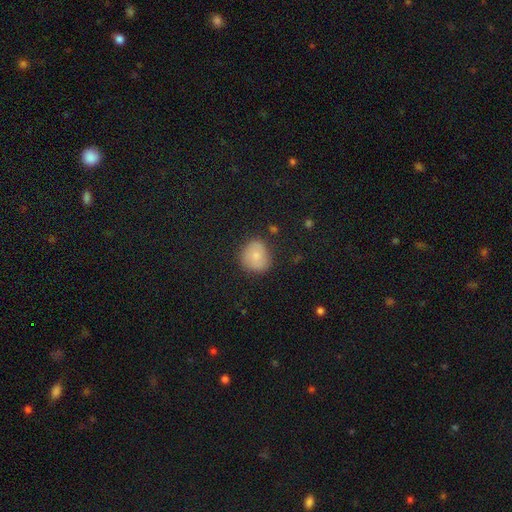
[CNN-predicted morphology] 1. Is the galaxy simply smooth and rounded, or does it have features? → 75% smooth, 16% featured or disk, 9% star or artifact.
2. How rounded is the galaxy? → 79% round, 20% in between, 1% cigar-shaped.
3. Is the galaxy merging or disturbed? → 74% none, 19% minor disturbance, 5% major disturbance, 2% merger.